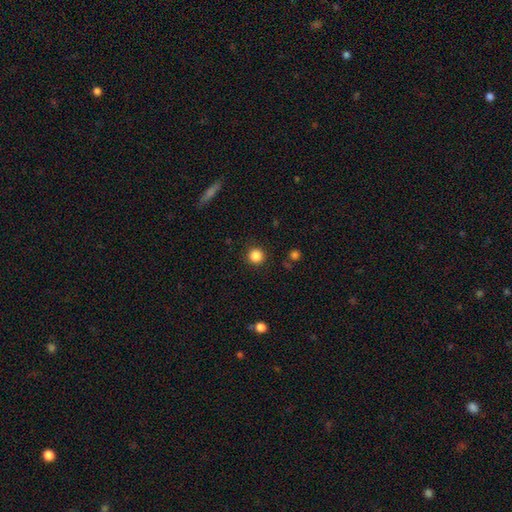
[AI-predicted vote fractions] This appears to be a smooth galaxy with no disk features (86%) that is round (95%). Merging: none (91%).